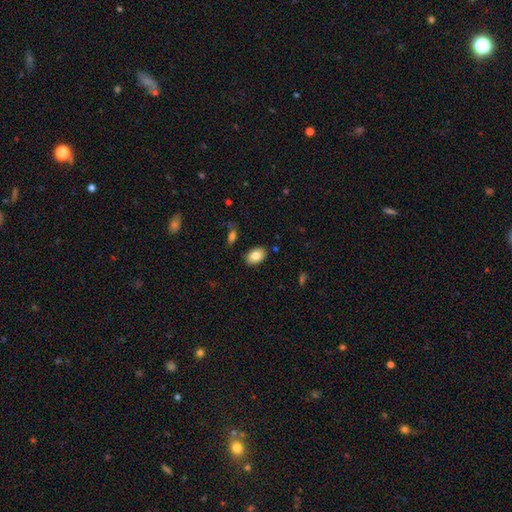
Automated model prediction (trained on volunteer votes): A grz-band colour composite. It shows a smooth galaxy with no disk features (84%) that is in between round and cigar-shaped (88%). Merging: none (87%).